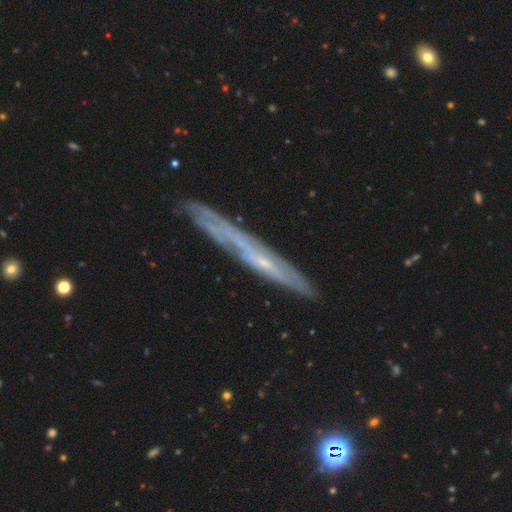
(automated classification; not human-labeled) Overall: featured or disk (68%). Edge-on disk: yes (84%). Edge-on bulge: none (71%). Merging: none (79%).